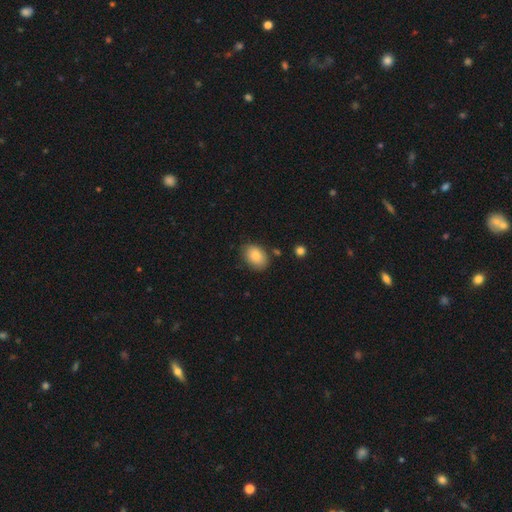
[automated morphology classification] Smooth or featured: smooth — 83% (featured or disk — 9%)
How rounded: in between — 79% (round — 20%)
Merging: none — 78% (minor disturbance — 16%)